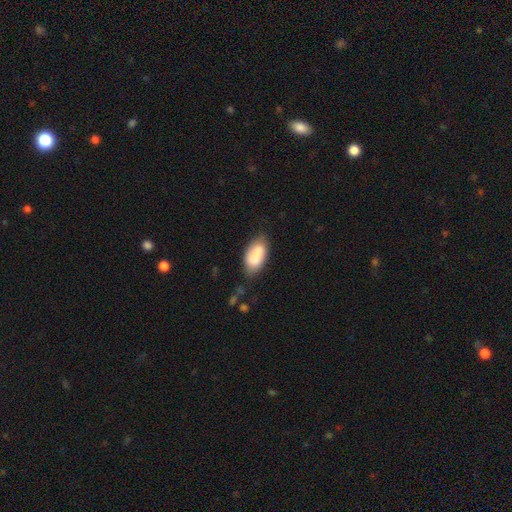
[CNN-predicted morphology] smooth 82%, featured or disk 12%, star or artifact 6%. Down the decision tree: how rounded — in between (93%); merging — none (69%).